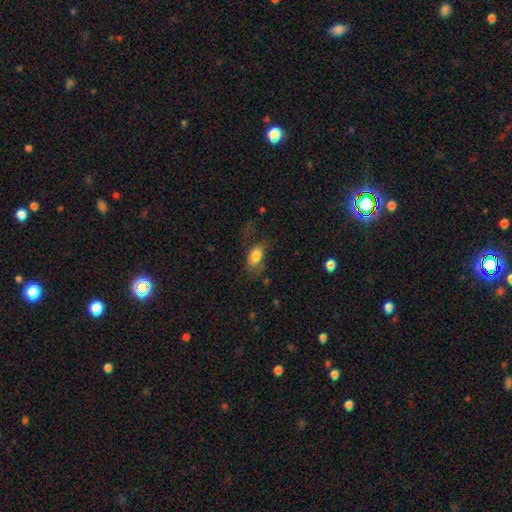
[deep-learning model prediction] smooth-or-featured: smooth: 79% | featured or disk: 13% | star or artifact: 8%
  how-rounded: in between: 86% | round: 9% | cigar-shaped: 5%
  merging: none: 48% | minor disturbance: 27% | major disturbance: 22% | merger: 3%